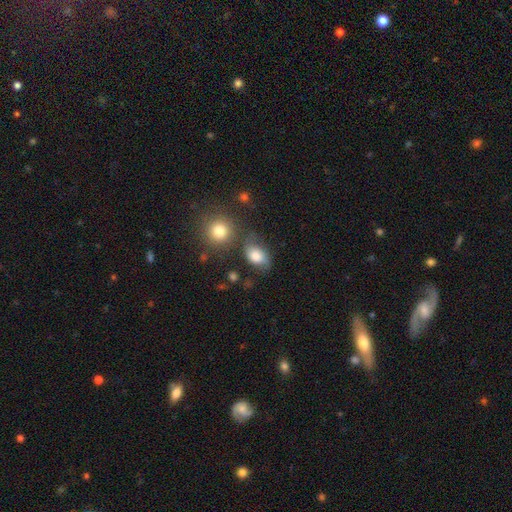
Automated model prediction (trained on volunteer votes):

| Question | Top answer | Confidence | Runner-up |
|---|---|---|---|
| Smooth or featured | smooth | 75% | featured or disk (16%) |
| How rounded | in between | 77% | round (21%) |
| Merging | none | 54% | minor disturbance (26%) |